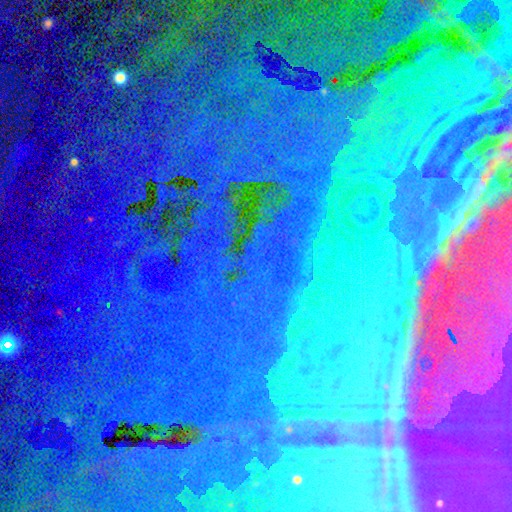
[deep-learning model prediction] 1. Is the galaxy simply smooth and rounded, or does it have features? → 84% star or artifact, 9% featured or disk, 7% smooth.